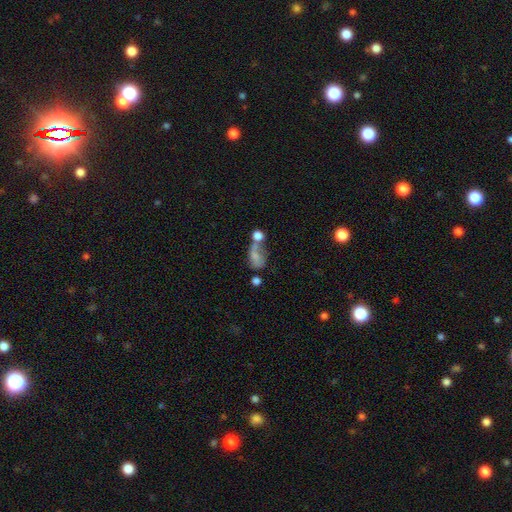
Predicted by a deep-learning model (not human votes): smooth-or-featured: smooth: 62% | featured or disk: 25% | star or artifact: 13%
  how-rounded: in between: 74% | round: 22% | cigar-shaped: 4%
  merging: merger: 46% | major disturbance: 20% | none: 20% | minor disturbance: 14%